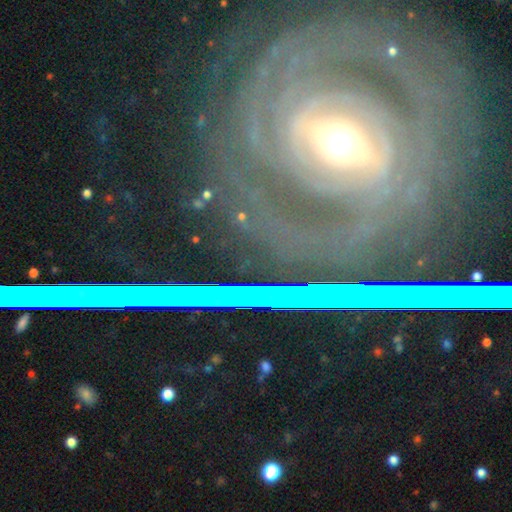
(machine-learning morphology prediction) Overall: featured or disk (77%). Edge-on disk: no (90%). Bar: strong (38%; weak 34%). Spiral arms: yes (90%). Spiral arm count: 2 (41%; can't tell 24%). Spiral winding: tight (70%). Bulge size: moderate (64%; small 25%). Merging: none (77%).